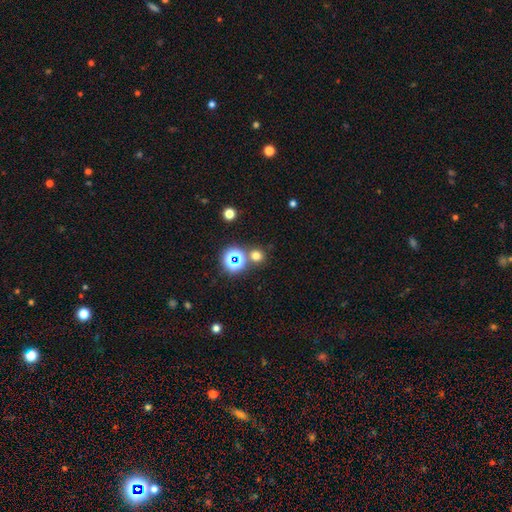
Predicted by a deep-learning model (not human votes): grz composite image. It shows a smooth galaxy with no disk features (64%) that is round (90%). Merging: none (77%).